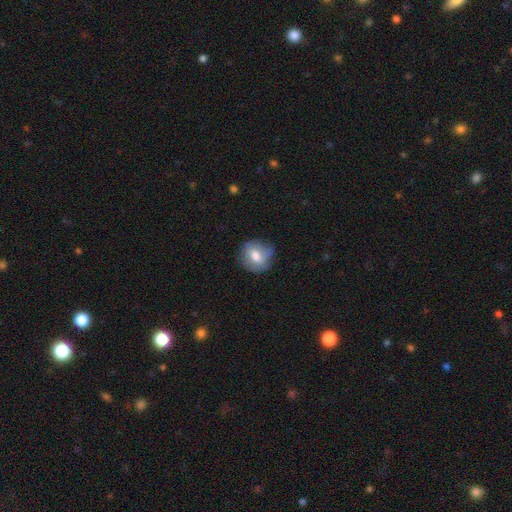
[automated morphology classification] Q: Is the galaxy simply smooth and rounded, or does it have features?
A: smooth — 67%.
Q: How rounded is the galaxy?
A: round — 78%.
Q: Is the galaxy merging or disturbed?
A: none — 67%.